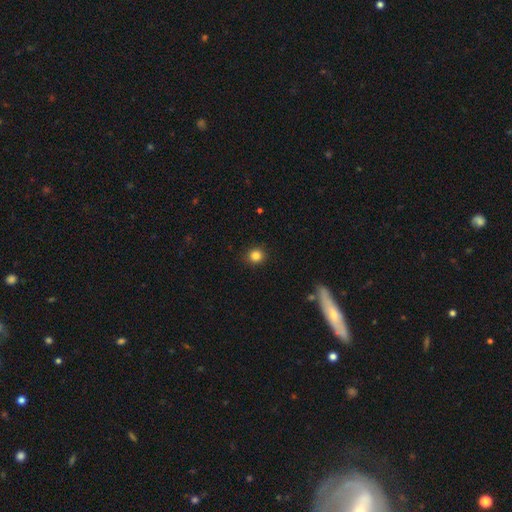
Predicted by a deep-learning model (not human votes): smooth-or-featured: smooth: 84% | star or artifact: 11% | featured or disk: 4%
  how-rounded: round: 88% | in between: 11% | cigar-shaped: 1%
  merging: none: 90% | minor disturbance: 7% | major disturbance: 2% | merger: 1%